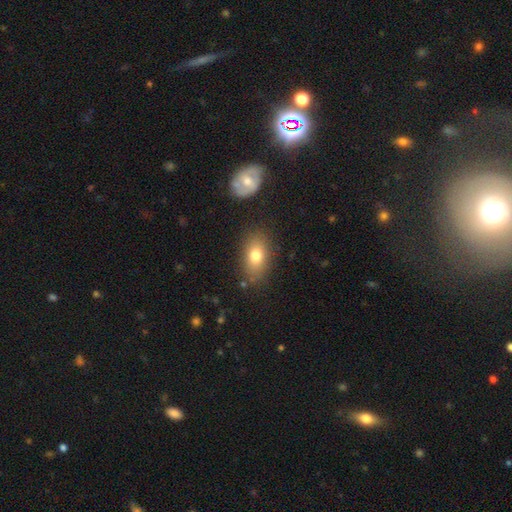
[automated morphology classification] type=smooth (77%); roundness=in between (85%); merging=none (81%).